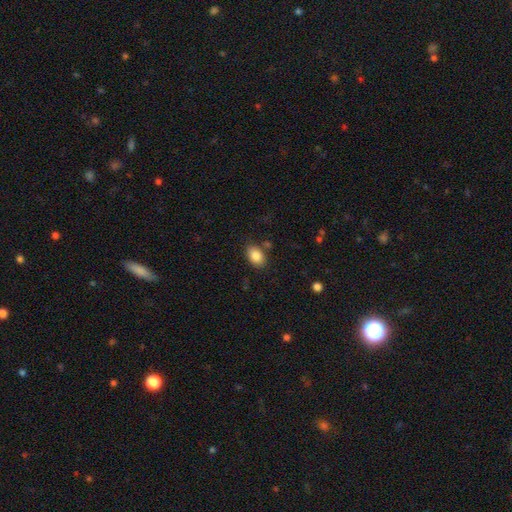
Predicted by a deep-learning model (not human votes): smooth_or_featured: smooth (p=0.86) [alt: star or artifact p=0.08]
how_rounded: in between (p=0.81) [alt: round p=0.18]
merging: none (p=0.80) [alt: minor disturbance p=0.12]